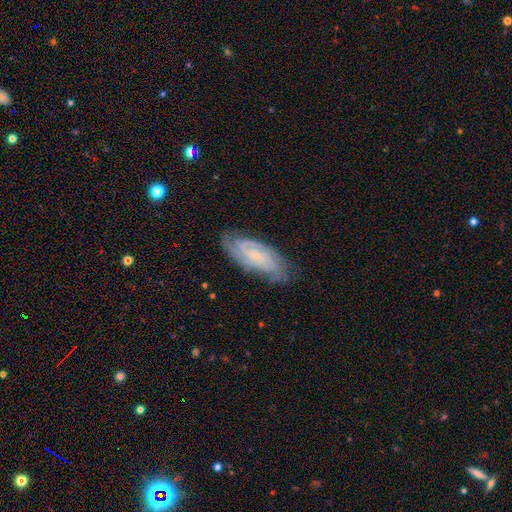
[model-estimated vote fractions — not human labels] smooth-or-featured: featured or disk: 80% | smooth: 13% | star or artifact: 6%
  disk-edge-on: no: 93% | yes: 7%
    bar: no: 56% | weak: 35% | strong: 9%
    has-spiral-arms: yes: 96% | no: 4%
      spiral-winding: tight: 62% | medium: 31% | loose: 7%
      spiral-arm-count: 2: 30% | can't tell: 29% | 3: 20% | 4: 11% | more than 4: 5% | 1: 5%
    bulge-size: small: 71% | moderate: 15% | none: 11% | large: 1% | dominant: 1%
  merging: none: 76% | minor disturbance: 18% | major disturbance: 5% | merger: 1%